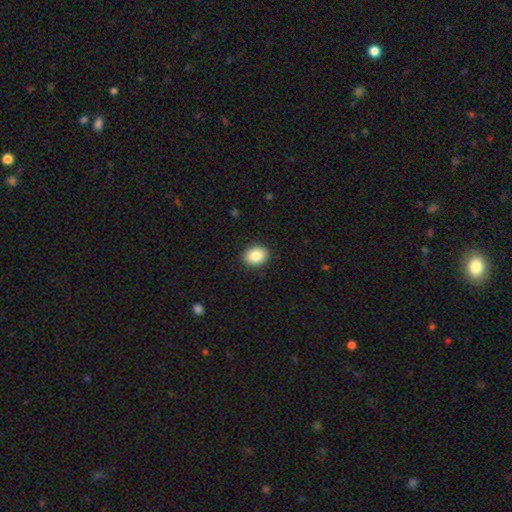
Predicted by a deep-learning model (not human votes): Smooth or featured? smooth (86%)
How rounded? in between (62%)
Merging? none (91%)